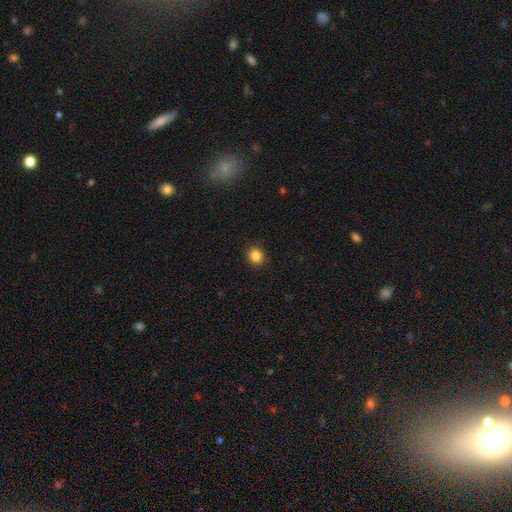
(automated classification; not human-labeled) This is clearly a smooth galaxy (85%). How rounded: clearly round (84%). Merging: clearly none (91%).